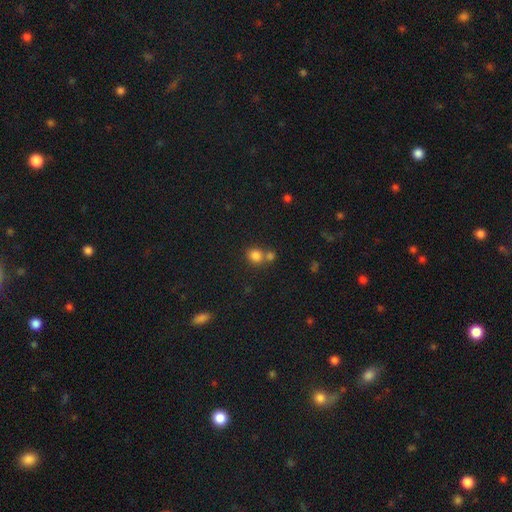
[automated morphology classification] The model was most divided on "merging": none: 53%, merger: 36%, minor disturbance: 8%, major disturbance: 3%. More confident: how rounded — round (82%); smooth or featured — smooth (82%).